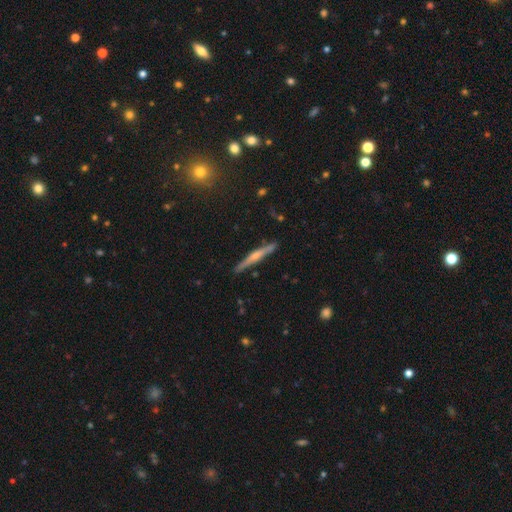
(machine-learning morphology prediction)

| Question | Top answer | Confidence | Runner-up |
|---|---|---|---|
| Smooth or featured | featured or disk | 67% | smooth (27%) |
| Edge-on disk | yes | 98% | no (2%) |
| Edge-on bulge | rounded | 74% | none (17%) |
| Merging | none | 89% | minor disturbance (8%) |